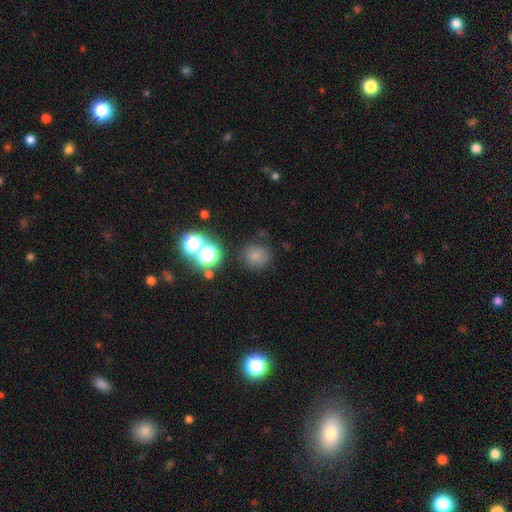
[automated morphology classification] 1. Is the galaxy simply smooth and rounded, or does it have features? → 73% smooth, 20% star or artifact, 8% featured or disk.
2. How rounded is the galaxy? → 88% round, 11% in between, 1% cigar-shaped.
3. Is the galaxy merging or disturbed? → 80% none, 11% minor disturbance, 5% merger, 4% major disturbance.